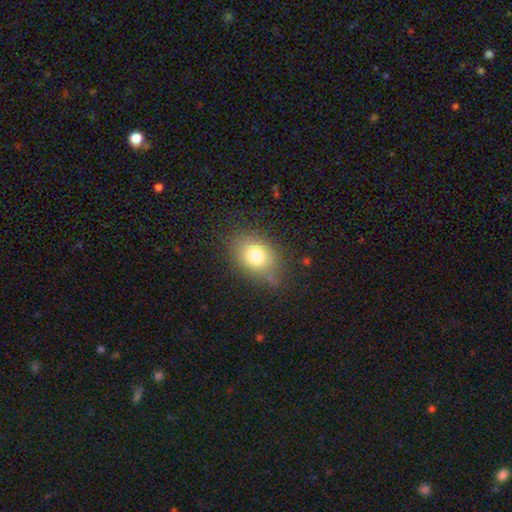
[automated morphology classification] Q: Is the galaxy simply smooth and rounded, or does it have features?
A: smooth — 76%.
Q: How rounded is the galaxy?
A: in between — 63%.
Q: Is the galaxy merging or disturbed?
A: none — 71%.